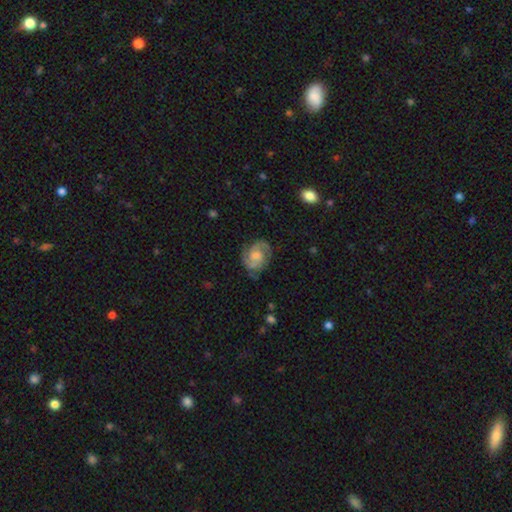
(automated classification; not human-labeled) Smooth or featured?
  - featured or disk: 82% *
  - smooth: 12%
  - star or artifact: 5%
Edge-on disk?
  - no: 98% *
  - yes: 2%
Bar?
  - weak: 47% *
  - no: 45%
  - strong: 8%
Spiral arms?
  - yes: 96% *
  - no: 4%
Spiral winding?
  - medium: 49% *
  - tight: 40%
  - loose: 11%
Spiral arm count?
  - 2: 85% *
  - can't tell: 6%
  - 3: 5%
  - 1: 2%
  - 4: 1%
  - more than 4: 1%
Bulge size?
  - moderate: 45% *
  - small: 30%
  - none: 14%
  - large: 8%
  - dominant: 1%
Merging?
  - none: 75% *
  - minor disturbance: 18%
  - major disturbance: 6%
  - merger: 1%